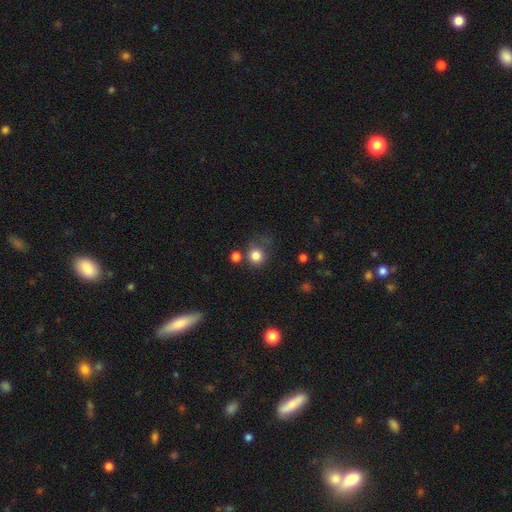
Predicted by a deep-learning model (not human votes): This is clearly a smooth galaxy (82%). How rounded: clearly round (89%). Merging: likely none (66%).